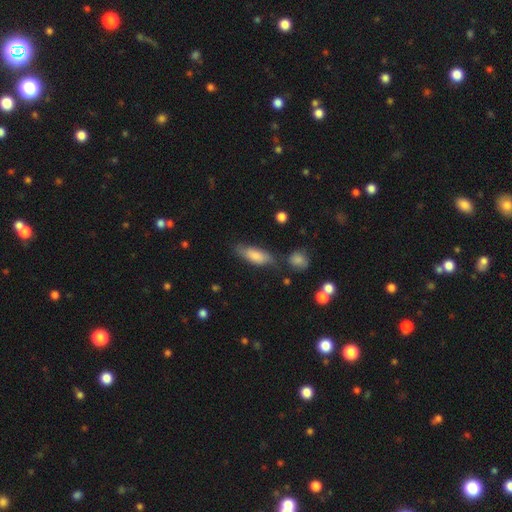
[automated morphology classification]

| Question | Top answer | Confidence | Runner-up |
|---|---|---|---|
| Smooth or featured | smooth | 77% | featured or disk (17%) |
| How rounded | in between | 71% | cigar-shaped (27%) |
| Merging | none | 60% | minor disturbance (25%) |